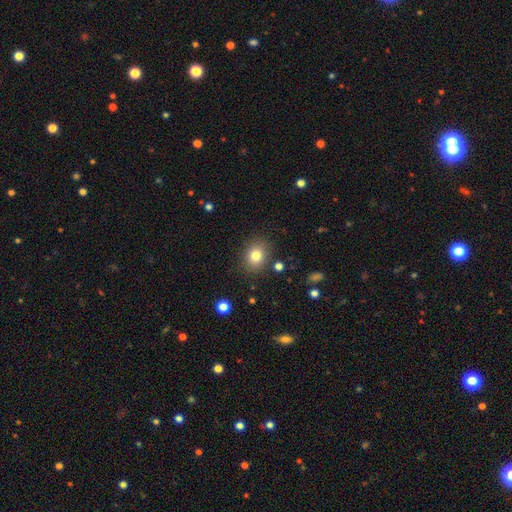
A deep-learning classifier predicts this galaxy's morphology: Overall: smooth (80%). How rounded: round (58%; in between 41%). Merging: none (85%).